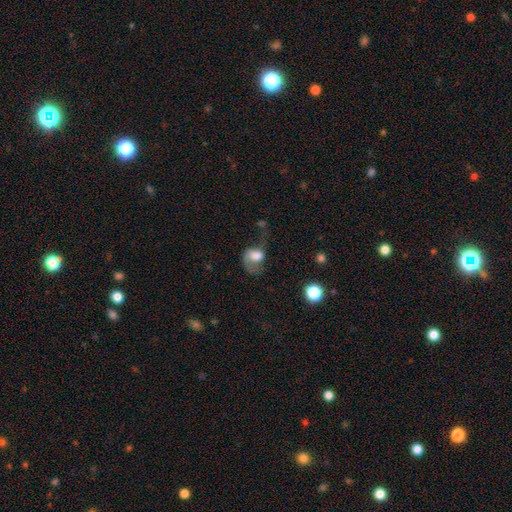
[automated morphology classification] Overall: featured or disk (46%; smooth 43%). Merging: major disturbance (49%; none 26%).